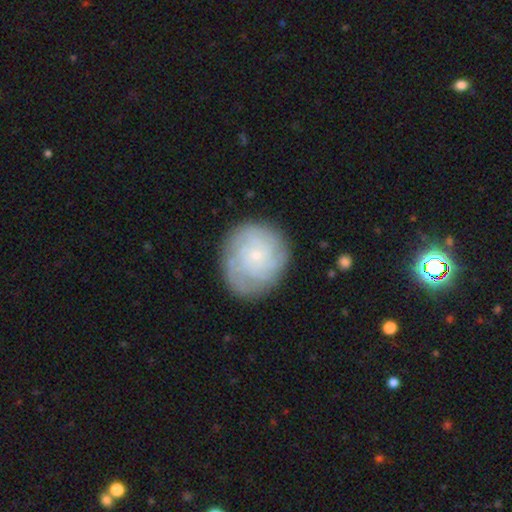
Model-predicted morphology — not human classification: Q: Smooth or featured?
A: featured or disk (64%); runner-up: smooth (29%)
Q: Edge-on disk?
A: no (97%); runner-up: yes (3%)
Q: Bar?
A: no (83%); runner-up: weak (15%)
Q: Spiral arms?
A: yes (88%); runner-up: no (12%)
Q: Spiral winding?
A: tight (71%); runner-up: medium (22%)
Q: Spiral arm count?
A: can't tell (45%); runner-up: 4 (17%)
Q: Bulge size?
A: small (84%); runner-up: moderate (11%)
Q: Merging?
A: none (79%); runner-up: minor disturbance (14%)